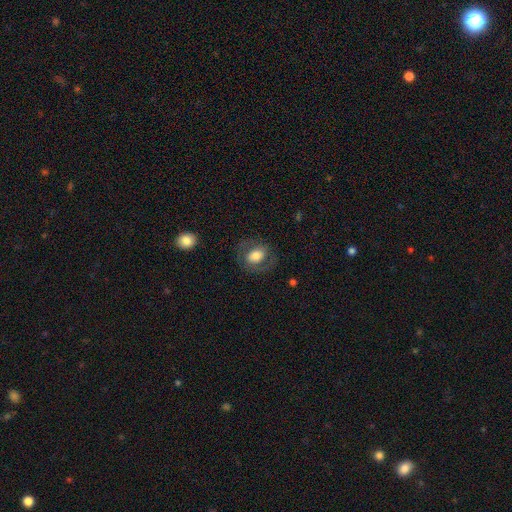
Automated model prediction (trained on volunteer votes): smooth 58%, featured or disk 34%, star or artifact 8%. Down the decision tree: how rounded — in between (61%); merging — none (75%).